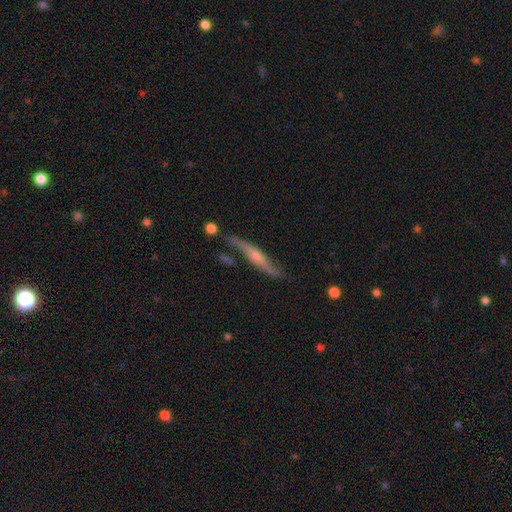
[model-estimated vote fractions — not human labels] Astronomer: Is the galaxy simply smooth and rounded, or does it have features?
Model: featured or disk — 69%.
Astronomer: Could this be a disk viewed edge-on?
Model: yes — 86%.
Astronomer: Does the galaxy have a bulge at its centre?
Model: rounded — 69%.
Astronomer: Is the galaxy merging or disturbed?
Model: none — 69%.